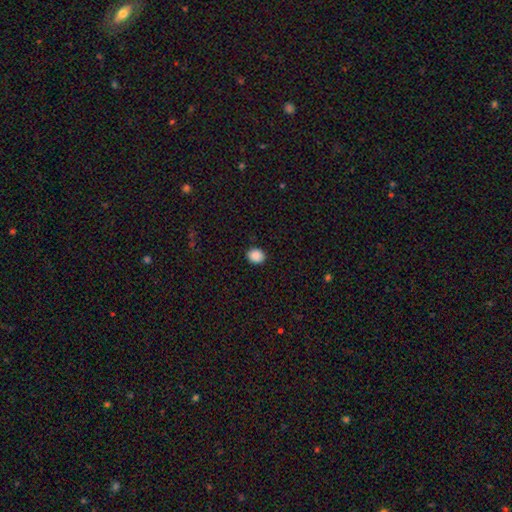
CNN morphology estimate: type=smooth (89%); roundness=round (66%); merging=none (90%).